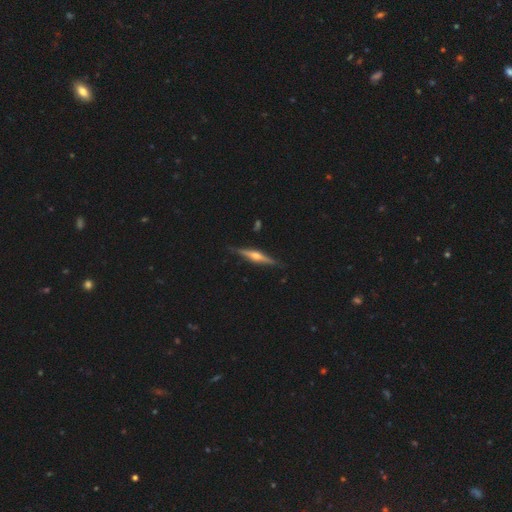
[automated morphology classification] Smooth or featured? Predicted: featured or disk (p=0.79). Edge-on disk? Predicted: yes (p=0.98). Edge-on bulge? Predicted: rounded (p=0.90). Merging? Predicted: none (p=0.88).